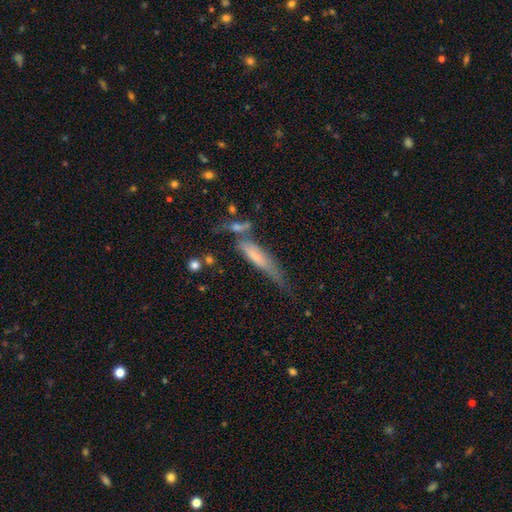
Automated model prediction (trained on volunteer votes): Overall: smooth (50%; featured or disk 42%). Merging: none (40%; minor disturbance 27%).